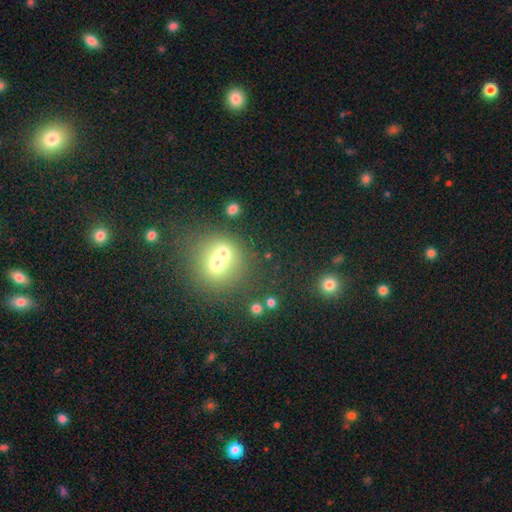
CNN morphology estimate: This is possibly a smooth galaxy (52%). How rounded: likely round (68%). Merging: possibly merger (47%).